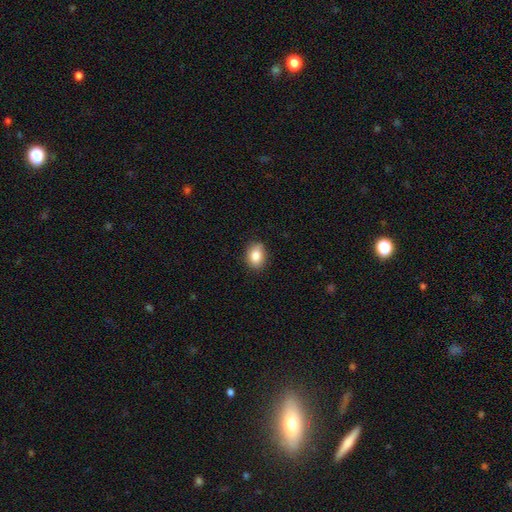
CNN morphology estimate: smooth 85%, star or artifact 8%, featured or disk 6%. Down the decision tree: how rounded — in between (70%); merging — none (84%).